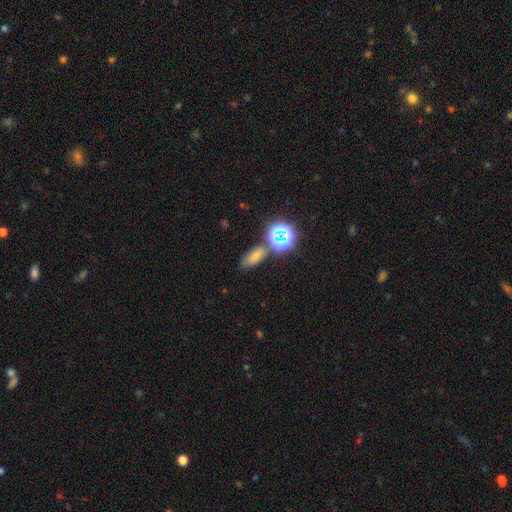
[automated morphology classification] smooth_or_featured: smooth (p=0.61) [alt: star or artifact p=0.27]
how_rounded: in between (p=0.76) [alt: round p=0.13]
merging: none (p=0.67) [alt: minor disturbance p=0.14]